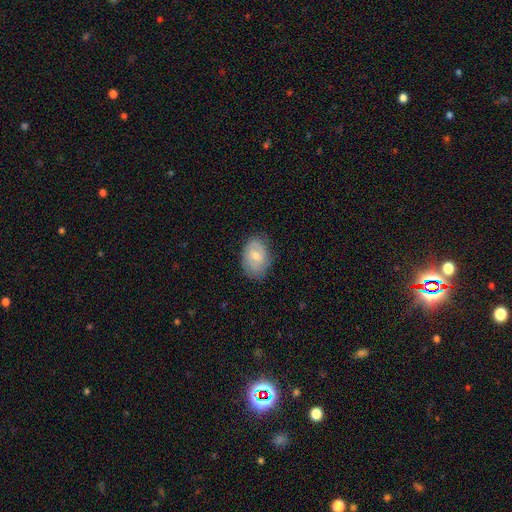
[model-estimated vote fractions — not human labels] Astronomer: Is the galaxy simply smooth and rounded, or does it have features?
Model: smooth — 56% (runner-up: featured or disk, 37%).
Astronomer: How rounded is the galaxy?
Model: in between — 83%.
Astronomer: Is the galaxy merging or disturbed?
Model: none — 75%.